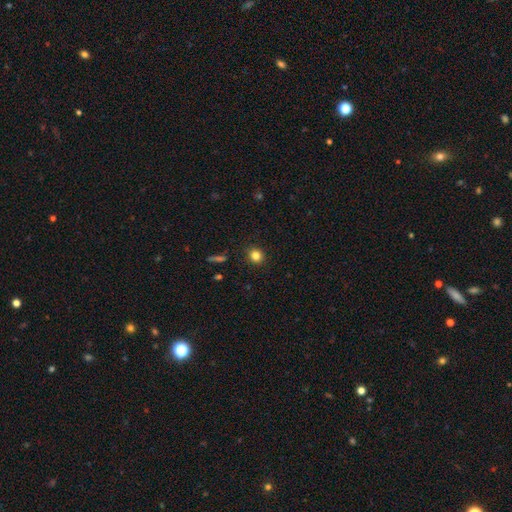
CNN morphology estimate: This is clearly a smooth galaxy (82%). How rounded: clearly round (86%). Merging: clearly none (91%).